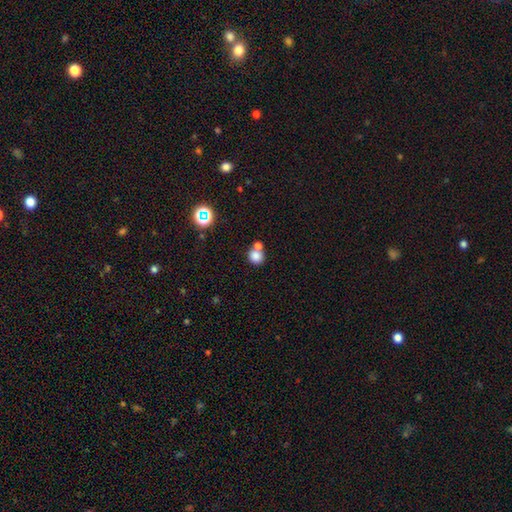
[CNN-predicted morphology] type=smooth (79%); roundness=round (84%); merging=none (50%).